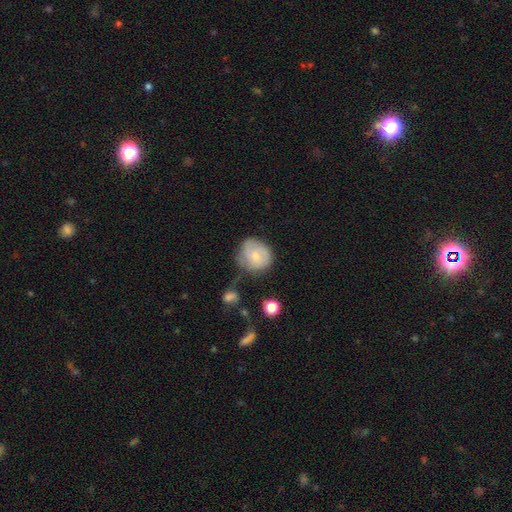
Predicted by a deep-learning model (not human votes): smooth 62%, featured or disk 31%, star or artifact 7%. Down the decision tree: how rounded — round (79%); merging — none (49%).